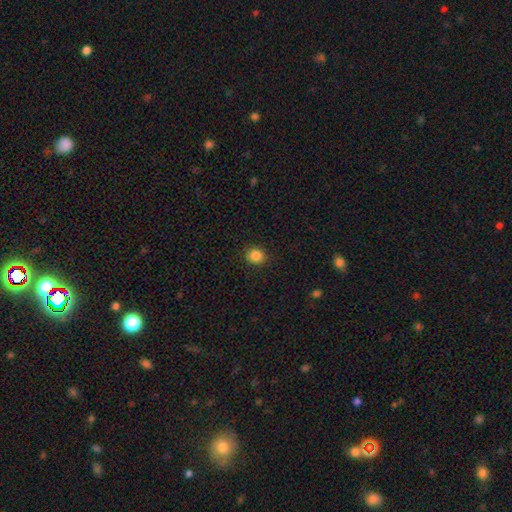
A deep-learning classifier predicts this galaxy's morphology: This appears to be a smooth galaxy with no disk features (86%) that is round (84%). Merging: none (90%).